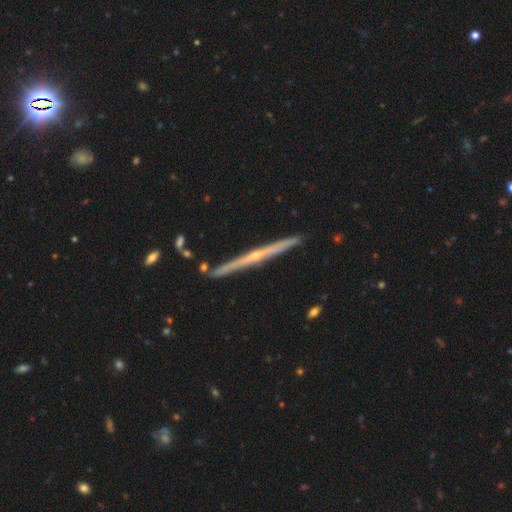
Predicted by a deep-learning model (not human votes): Smooth or featured? Predicted: featured or disk (p=0.80). Edge-on disk? Predicted: yes (p=0.98). Edge-on bulge? Predicted: rounded (p=0.64). Merging? Predicted: none (p=0.87).